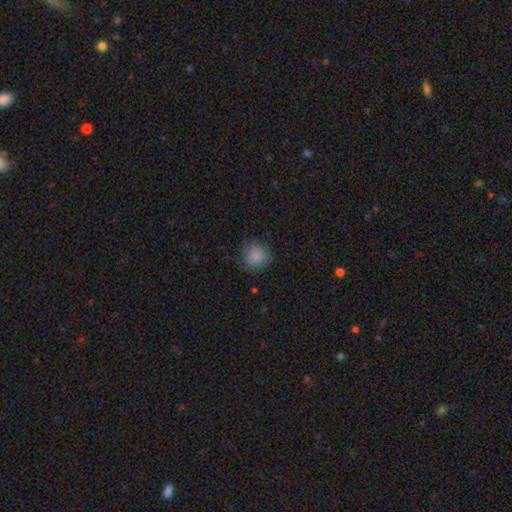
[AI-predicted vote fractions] This is clearly a smooth galaxy (86%). How rounded: clearly round (90%). Merging: clearly none (81%).